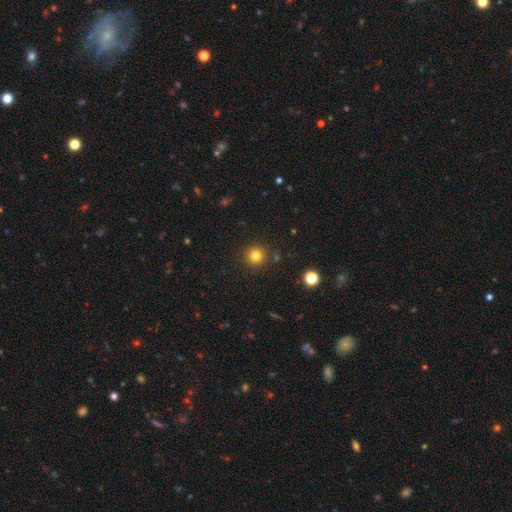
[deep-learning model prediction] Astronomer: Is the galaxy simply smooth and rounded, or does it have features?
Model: smooth — 81%.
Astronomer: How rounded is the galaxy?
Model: round — 95%.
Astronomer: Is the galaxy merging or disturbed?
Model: none — 89%.